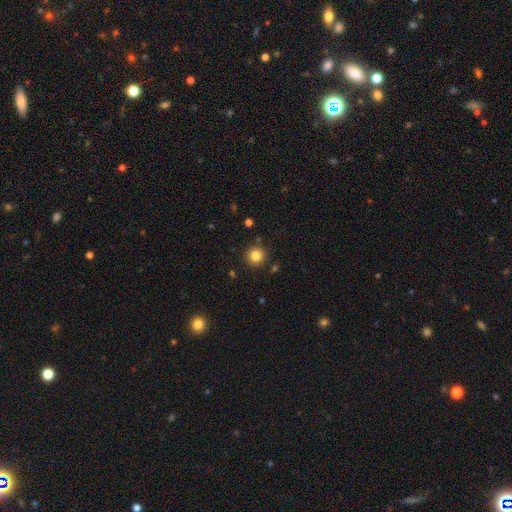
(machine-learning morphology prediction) Smooth or featured? smooth (83%)
How rounded? round (94%)
Merging? none (89%)